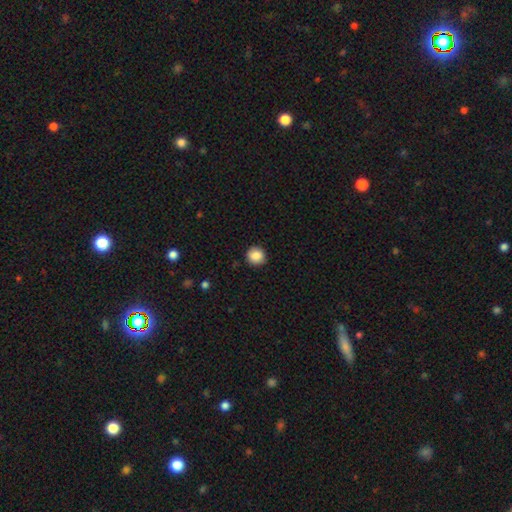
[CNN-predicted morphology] Smooth or featured? smooth (87%)
How rounded? round (90%)
Merging? none (88%)